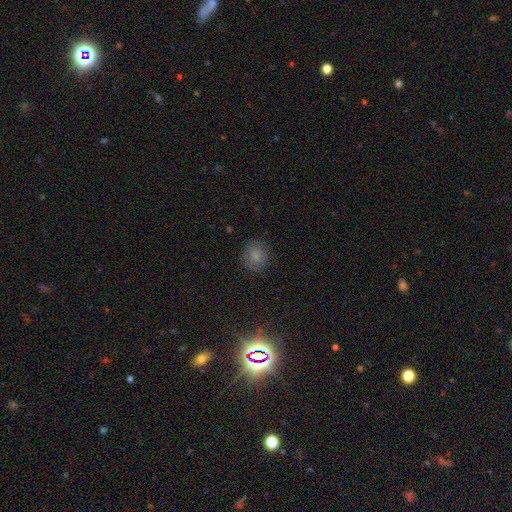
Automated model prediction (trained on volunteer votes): smooth 80%, star or artifact 13%, featured or disk 7%. Down the decision tree: how rounded — round (78%); merging — none (86%).